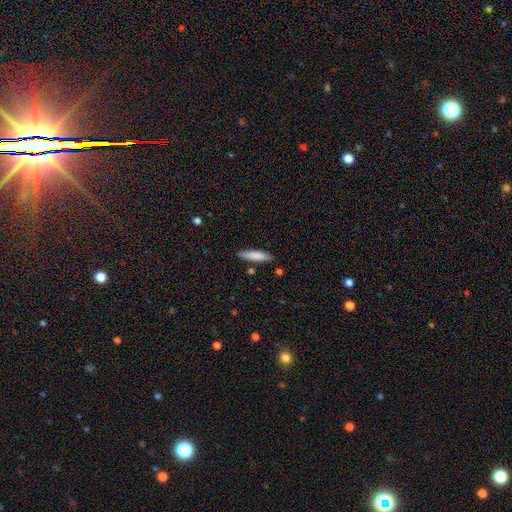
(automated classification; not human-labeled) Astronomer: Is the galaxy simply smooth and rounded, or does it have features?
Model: smooth — 81%.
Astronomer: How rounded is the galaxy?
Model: cigar-shaped — 79%.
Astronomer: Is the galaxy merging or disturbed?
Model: none — 84%.